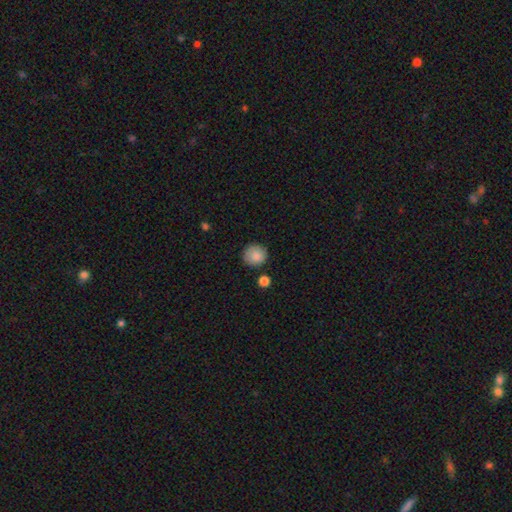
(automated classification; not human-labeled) smooth_or_featured: smooth (p=0.87) [alt: star or artifact p=0.08]
how_rounded: round (p=0.90) [alt: in between p=0.09]
merging: none (p=0.84) [alt: minor disturbance p=0.11]